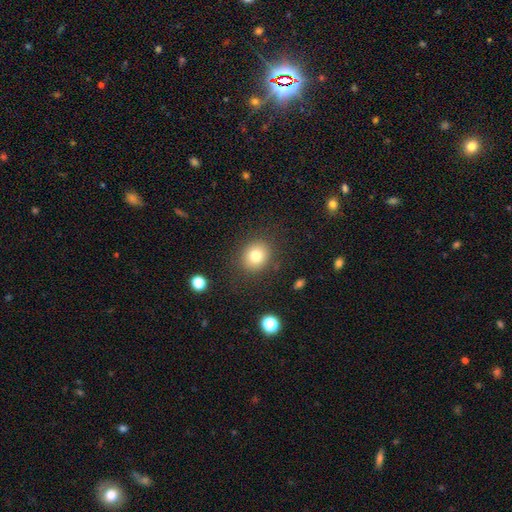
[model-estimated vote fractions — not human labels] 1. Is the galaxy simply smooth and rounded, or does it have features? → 79% smooth, 11% star or artifact, 10% featured or disk.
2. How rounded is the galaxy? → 73% round, 26% in between, 1% cigar-shaped.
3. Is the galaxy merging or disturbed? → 85% none, 9% minor disturbance, 4% major disturbance, 2% merger.